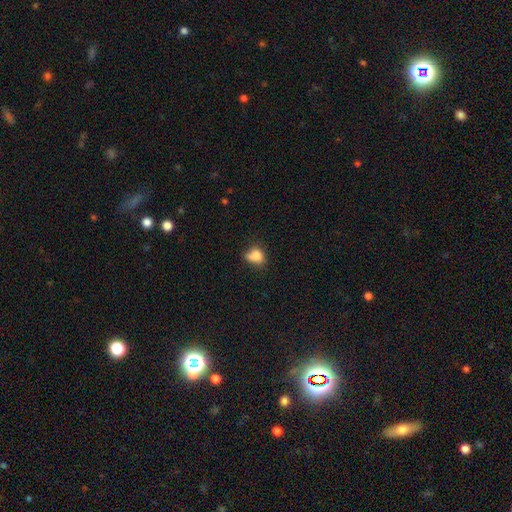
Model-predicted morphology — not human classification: smooth-or-featured: smooth: 78% | featured or disk: 11% | star or artifact: 11%
  how-rounded: in between: 56% | round: 42% | cigar-shaped: 2%
  merging: none: 38% | minor disturbance: 34% | major disturbance: 15% | merger: 12%